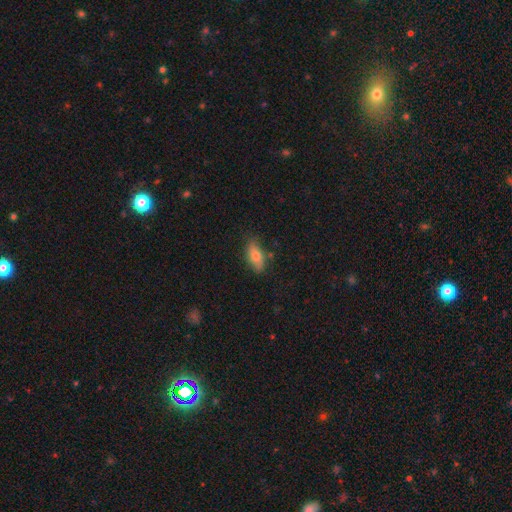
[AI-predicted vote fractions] smooth-or-featured: smooth: 74% | featured or disk: 19% | star or artifact: 7%
  how-rounded: in between: 79% | cigar-shaped: 18% | round: 3%
  merging: none: 77% | minor disturbance: 17% | major disturbance: 3% | merger: 3%